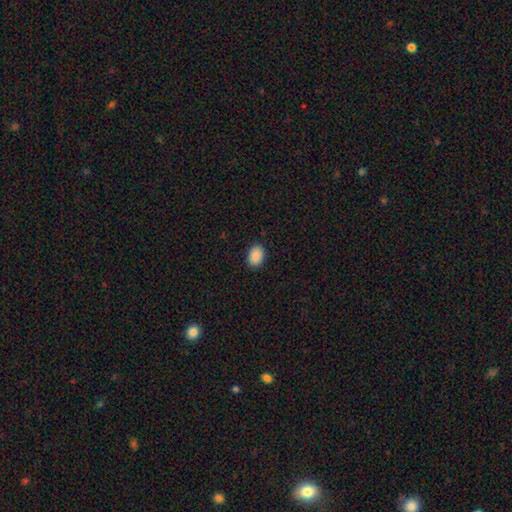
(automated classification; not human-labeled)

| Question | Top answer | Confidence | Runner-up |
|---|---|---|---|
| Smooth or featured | smooth | 89% | star or artifact (8%) |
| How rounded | in between | 73% | round (26%) |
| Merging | none | 89% | minor disturbance (8%) |